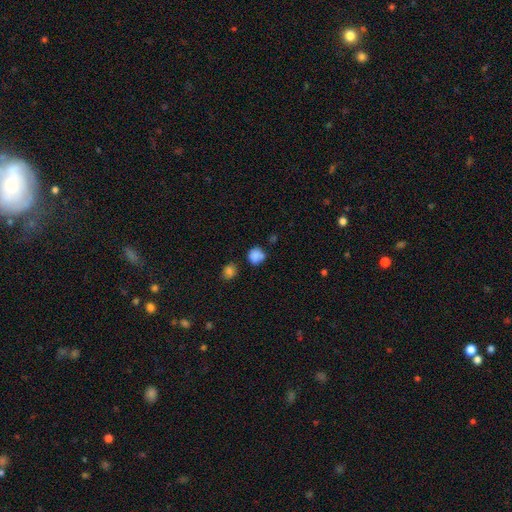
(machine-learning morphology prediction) type=smooth (82%); roundness=round (83%); merging=none (66%).